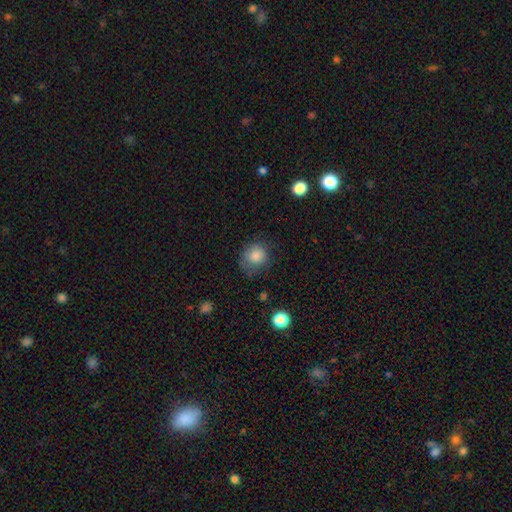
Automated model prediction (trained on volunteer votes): smooth 83%, star or artifact 10%, featured or disk 7%. Down the decision tree: how rounded — round (81%); merging — none (64%).